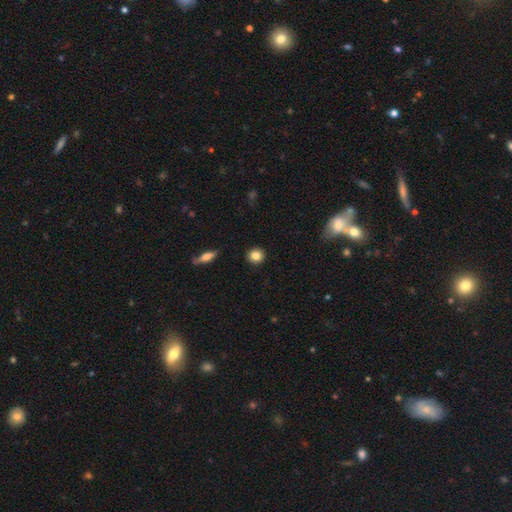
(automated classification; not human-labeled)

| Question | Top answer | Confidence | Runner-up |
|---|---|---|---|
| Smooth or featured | smooth | 84% | star or artifact (9%) |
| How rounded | round | 88% | in between (11%) |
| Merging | none | 92% | minor disturbance (5%) |